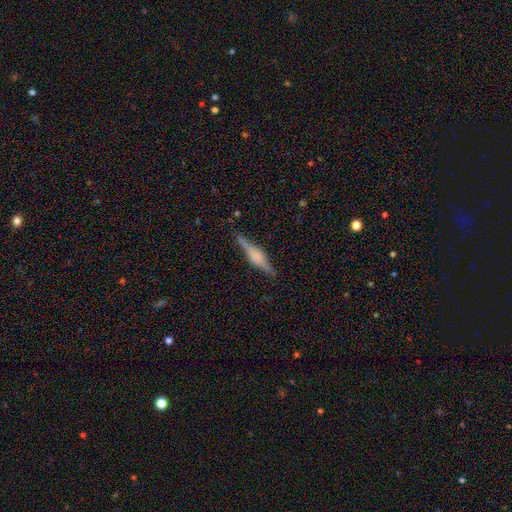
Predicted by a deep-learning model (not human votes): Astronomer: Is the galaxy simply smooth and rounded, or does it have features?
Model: featured or disk — 73%.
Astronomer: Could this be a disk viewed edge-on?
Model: yes — 97%.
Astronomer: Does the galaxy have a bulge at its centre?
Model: rounded — 63%.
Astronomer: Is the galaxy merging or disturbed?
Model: none — 85%.